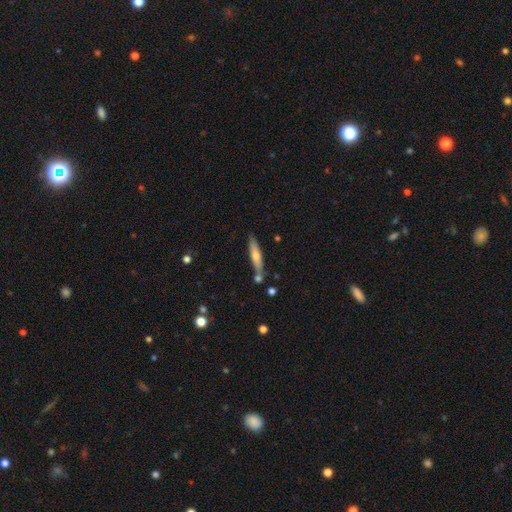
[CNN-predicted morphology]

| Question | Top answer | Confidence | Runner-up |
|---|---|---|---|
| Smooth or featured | smooth | 49% | featured or disk (44%) |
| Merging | none | 76% | minor disturbance (13%) |